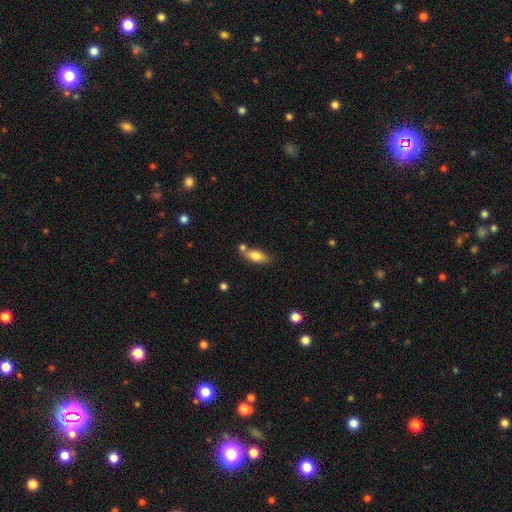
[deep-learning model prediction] Morphology: type=smooth (75%); roundness=in between (78%); merging=none (61%).